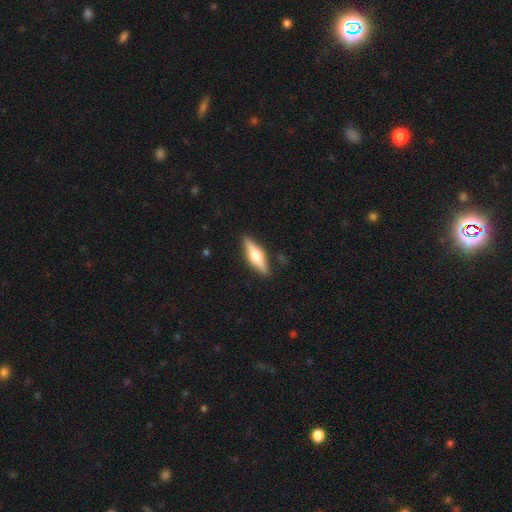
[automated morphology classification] A featured or disk galaxy (59%) viewed edge-on (96%) with a rounded central bulge (92%). Merging: none (89%).